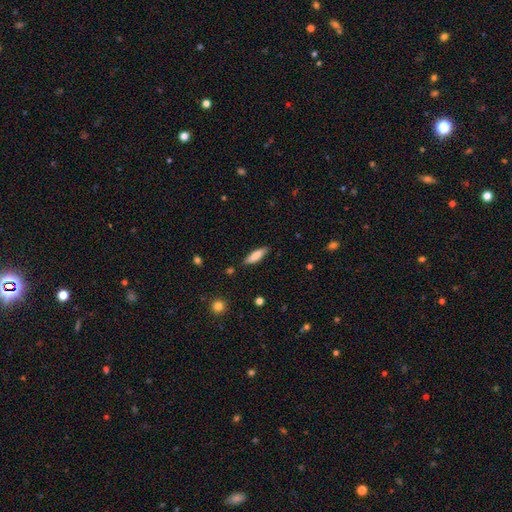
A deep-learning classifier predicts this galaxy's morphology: Smooth or featured? smooth (80%)
How rounded? cigar-shaped (57%)
Merging? none (85%)